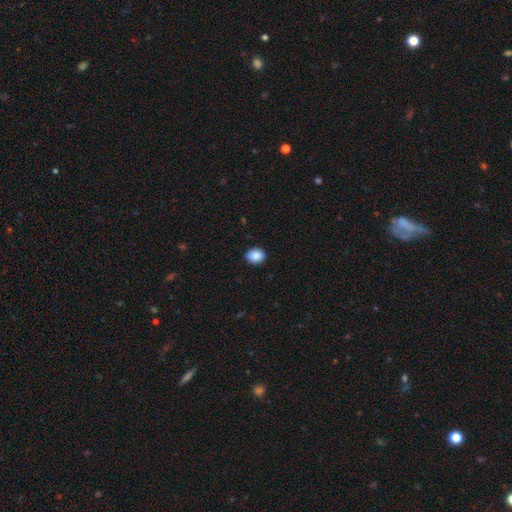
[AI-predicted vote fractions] Smooth or featured?
  - smooth: 88% *
  - star or artifact: 8%
  - featured or disk: 4%
How rounded?
  - round: 62% *
  - in between: 37%
  - cigar-shaped: 1%
Merging?
  - none: 91% *
  - minor disturbance: 7%
  - major disturbance: 2%
  - merger: 1%